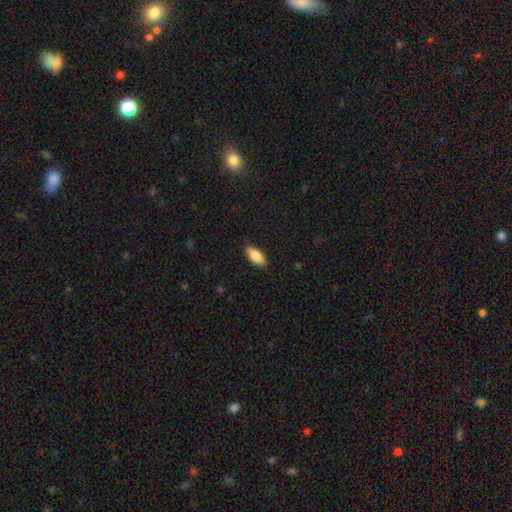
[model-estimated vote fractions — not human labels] smooth-or-featured: smooth: 86% | featured or disk: 7% | star or artifact: 6%
  how-rounded: in between: 88% | cigar-shaped: 10% | round: 2%
  merging: none: 86% | minor disturbance: 11% | major disturbance: 2% | merger: 1%